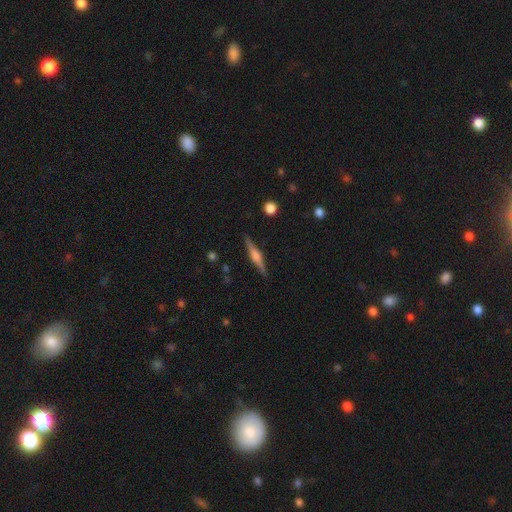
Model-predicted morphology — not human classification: smooth_or_featured: featured or disk (p=0.73) [alt: smooth p=0.21]
disk_edge_on: yes (p=0.98) [alt: no p=0.02]
edge_on_bulge: rounded (p=0.75) [alt: boxy p=0.19]
merging: none (p=0.90) [alt: minor disturbance p=0.07]